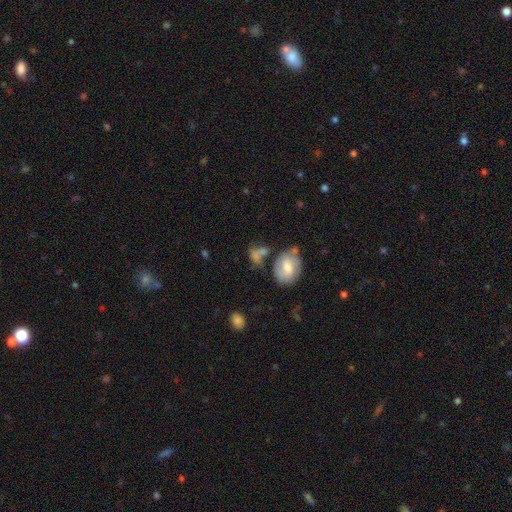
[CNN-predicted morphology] The model was most divided on "merging": none: 41%, merger: 30%, minor disturbance: 18%, major disturbance: 12%. More confident: how rounded — in between (63%); smooth or featured — smooth (57%).